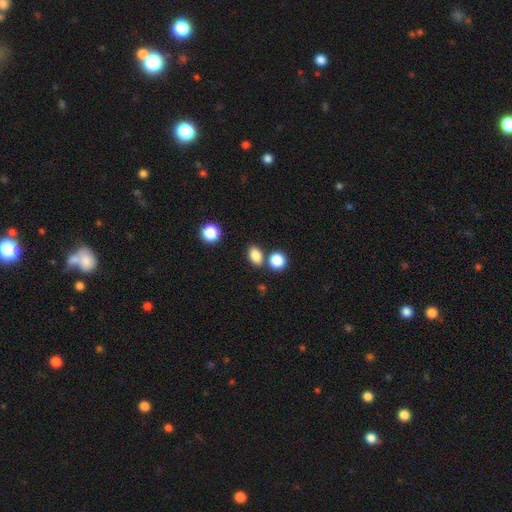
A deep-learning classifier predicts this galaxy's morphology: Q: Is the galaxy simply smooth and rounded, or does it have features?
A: smooth — 85%.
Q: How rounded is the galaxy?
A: in between — 75%.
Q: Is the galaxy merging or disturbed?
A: none — 71%.